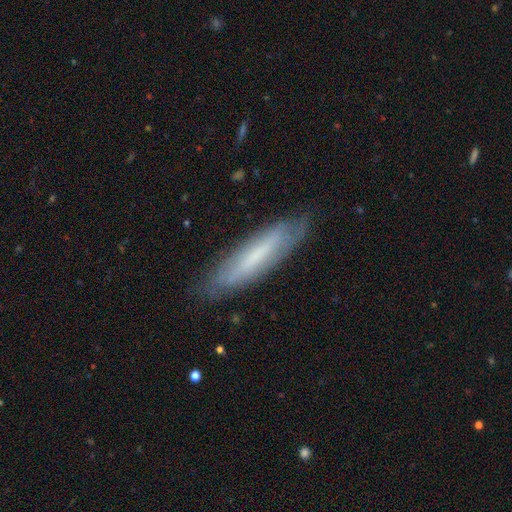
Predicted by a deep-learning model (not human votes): Smooth or featured? smooth (49%)
Merging? none (80%)